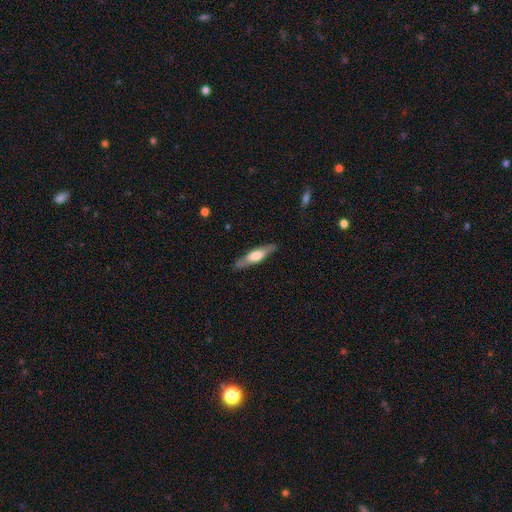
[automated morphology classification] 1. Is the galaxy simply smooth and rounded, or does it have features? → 52% featured or disk, 43% smooth, 6% star or artifact.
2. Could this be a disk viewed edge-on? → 89% yes, 11% no.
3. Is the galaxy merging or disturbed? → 85% none, 11% minor disturbance, 3% major disturbance, 1% merger.